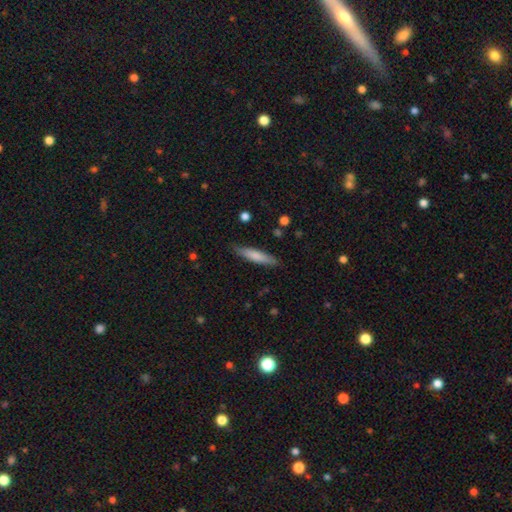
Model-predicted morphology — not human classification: Q: Smooth or featured?
A: smooth (75%); runner-up: featured or disk (20%)
Q: How rounded?
A: cigar-shaped (85%); runner-up: in between (13%)
Q: Merging?
A: none (86%); runner-up: minor disturbance (11%)